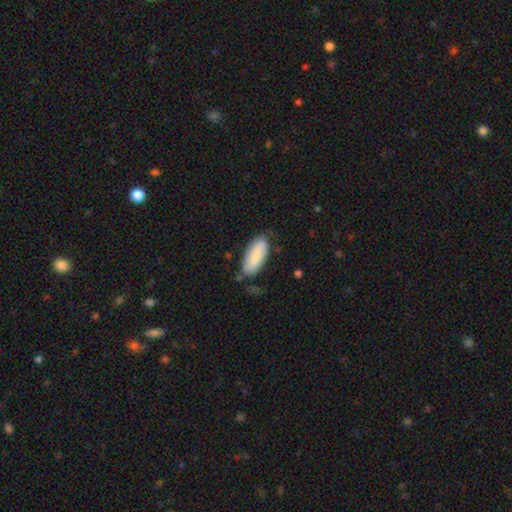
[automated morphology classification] type=smooth (73%); roundness=in between (84%); merging=none (69%).